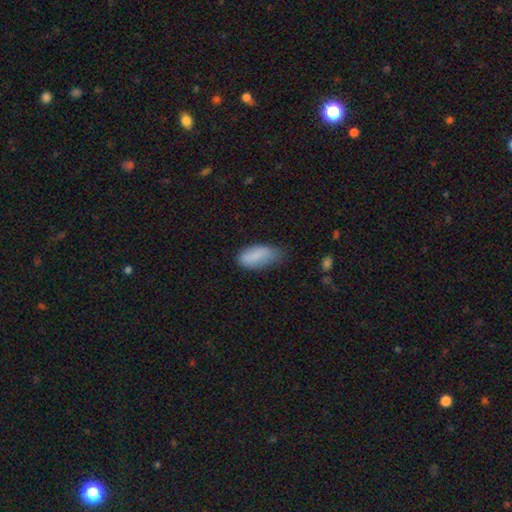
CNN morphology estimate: This is clearly a smooth galaxy (84%). How rounded: clearly in between (87%). Merging: possibly none (49%).